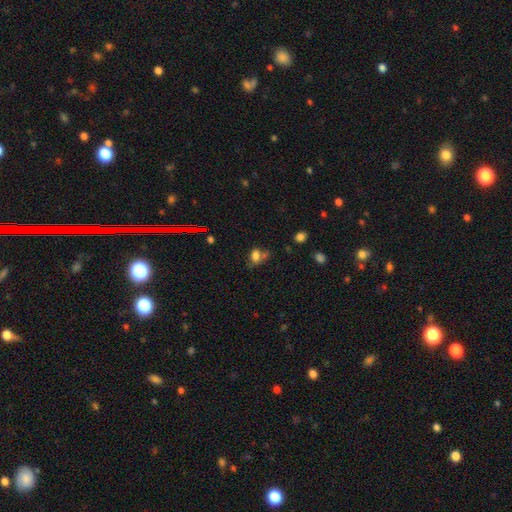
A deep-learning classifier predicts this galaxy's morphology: smooth_or_featured: smooth (p=0.71) [alt: star or artifact p=0.16]
how_rounded: in between (p=0.76) [alt: round p=0.21]
merging: none (p=0.42) [alt: merger p=0.27]